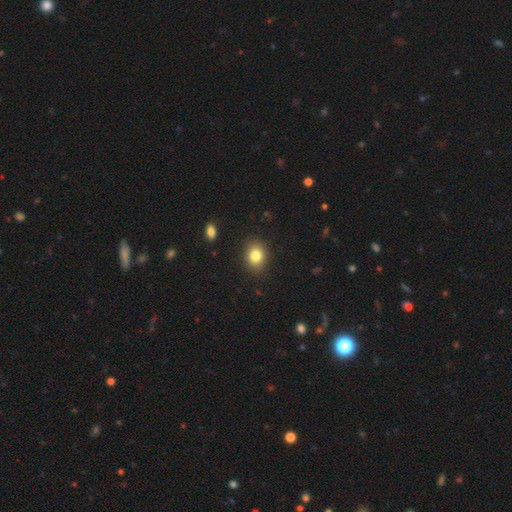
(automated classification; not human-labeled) Smooth or featured? Predicted: smooth (p=0.82). How rounded? Predicted: in between (p=0.53). Merging? Predicted: none (p=0.88).